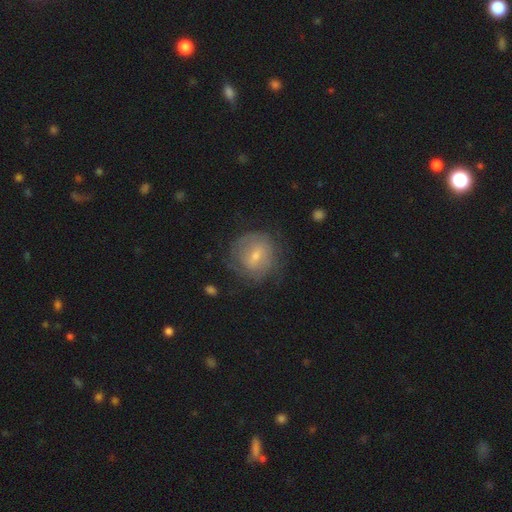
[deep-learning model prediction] This appears to be a featured or disk galaxy (49%). Merging: none (71%).